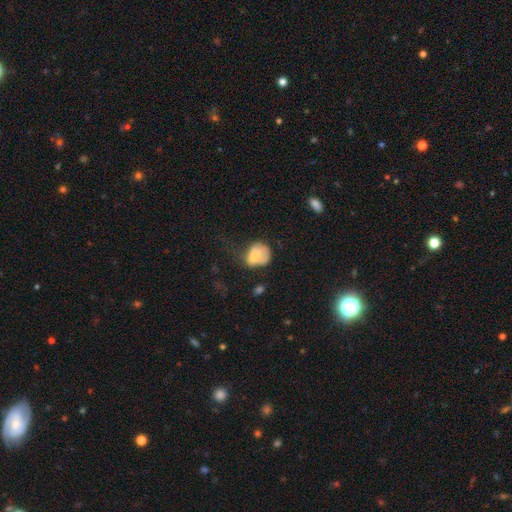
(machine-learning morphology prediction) smooth_or_featured: smooth (p=0.69) [alt: featured or disk p=0.22]
how_rounded: round (p=0.57) [alt: in between p=0.42]
merging: major disturbance (p=0.34) [alt: minor disturbance p=0.33]